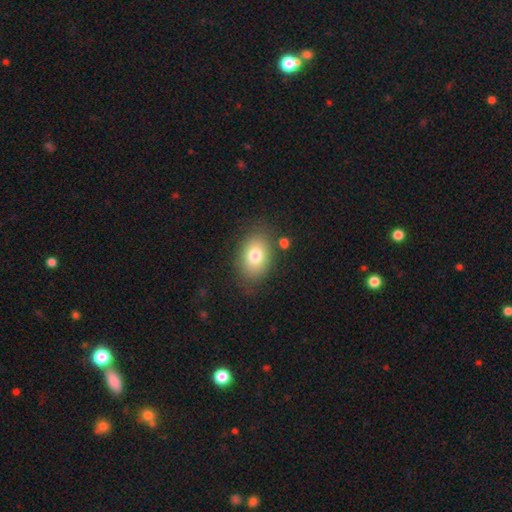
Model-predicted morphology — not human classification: Overall: smooth (76%). How rounded: in between (78%). Merging: none (85%).